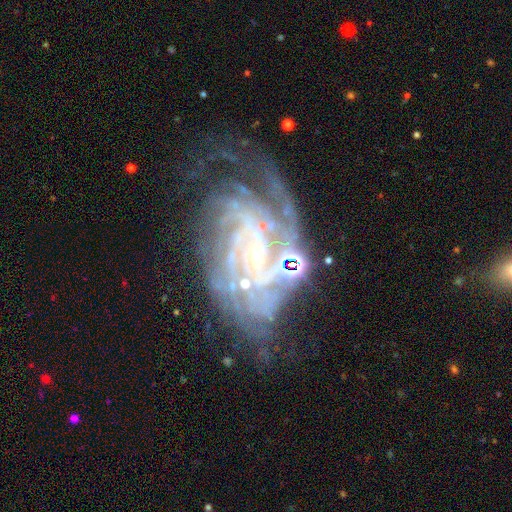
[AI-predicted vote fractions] Smooth or featured? Predicted: featured or disk (p=0.89). Edge-on disk? Predicted: no (p=0.97). Bar? Predicted: no (p=0.61). Spiral arms? Predicted: yes (p=0.97). Spiral winding? Predicted: tight (p=0.69). Spiral arm count? Predicted: can't tell (p=0.25). Bulge size? Predicted: small (p=0.82). Merging? Predicted: none (p=0.51).